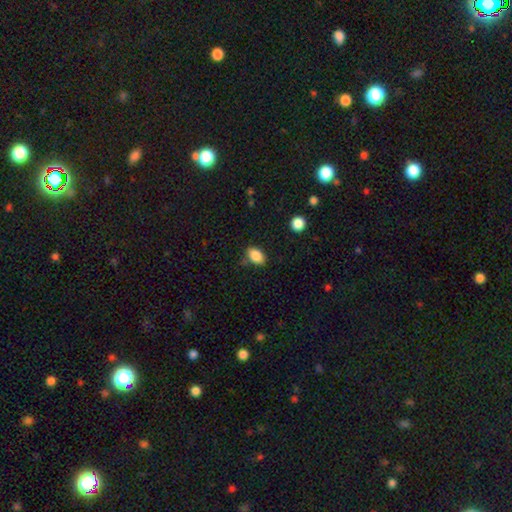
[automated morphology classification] smooth 87%, star or artifact 8%, featured or disk 5%. Down the decision tree: how rounded — in between (87%); merging — none (74%).